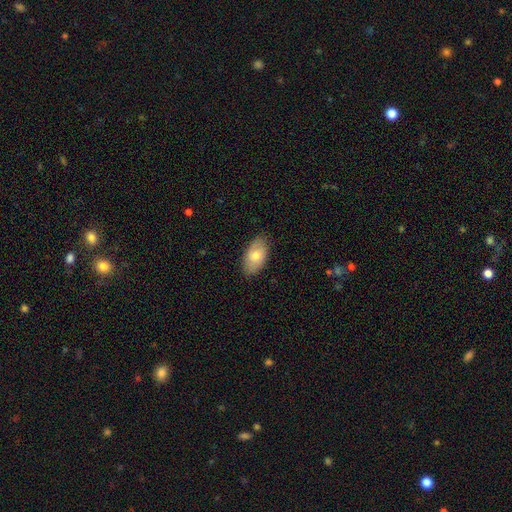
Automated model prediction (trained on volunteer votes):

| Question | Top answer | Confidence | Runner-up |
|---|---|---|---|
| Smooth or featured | smooth | 70% | featured or disk (24%) |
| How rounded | in between | 94% | round (5%) |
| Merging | none | 83% | minor disturbance (13%) |